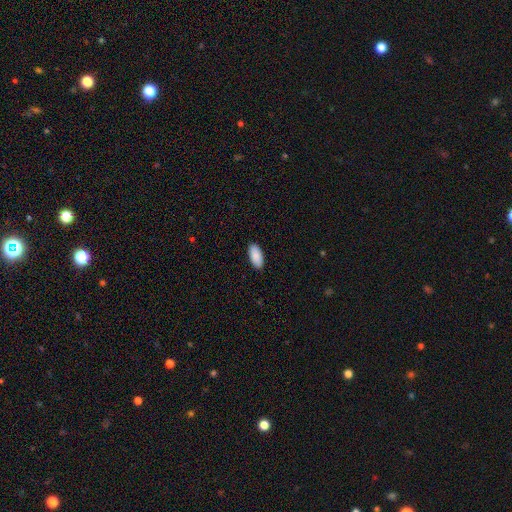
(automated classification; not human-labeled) Smooth or featured? Predicted: smooth (p=0.90). How rounded? Predicted: in between (p=0.93). Merging? Predicted: none (p=0.91).